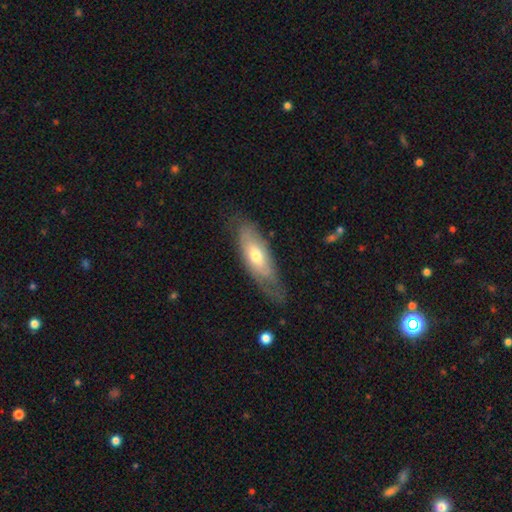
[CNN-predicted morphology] The model was most divided on "smooth or featured": featured or disk: 48%, smooth: 46%, star or artifact: 6%. More confident: merging — none (58%).